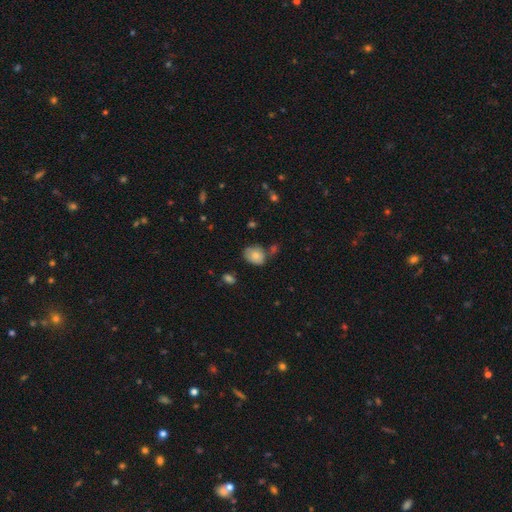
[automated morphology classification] Smooth or featured?
  - smooth: 76% *
  - featured or disk: 15%
  - star or artifact: 9%
How rounded?
  - in between: 52% *
  - round: 47%
  - cigar-shaped: 1%
Merging?
  - none: 60% *
  - minor disturbance: 25%
  - merger: 10%
  - major disturbance: 6%